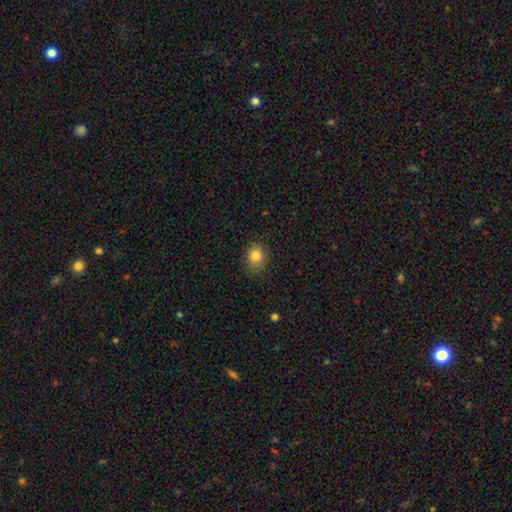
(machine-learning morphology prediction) smooth 83%, star or artifact 11%, featured or disk 6%. Down the decision tree: how rounded — round (62%); merging — none (83%).